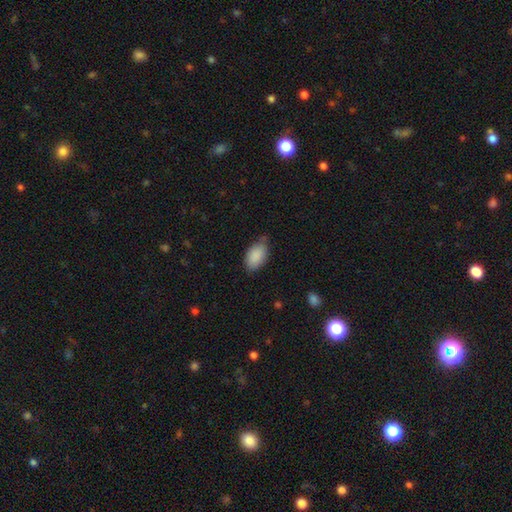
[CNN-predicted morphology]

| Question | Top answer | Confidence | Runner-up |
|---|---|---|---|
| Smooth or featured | smooth | 89% | star or artifact (7%) |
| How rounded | in between | 93% | round (5%) |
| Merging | none | 69% | minor disturbance (24%) |